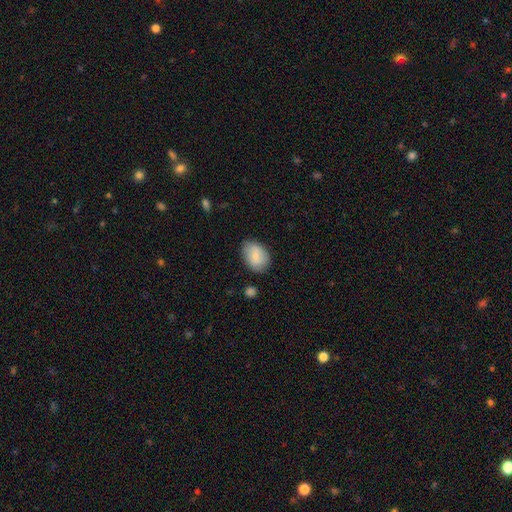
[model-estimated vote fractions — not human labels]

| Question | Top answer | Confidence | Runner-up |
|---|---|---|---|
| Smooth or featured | smooth | 80% | featured or disk (14%) |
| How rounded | in between | 78% | round (21%) |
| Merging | none | 75% | minor disturbance (19%) |